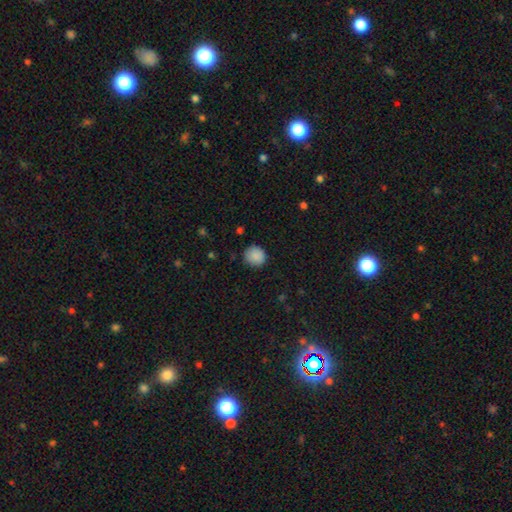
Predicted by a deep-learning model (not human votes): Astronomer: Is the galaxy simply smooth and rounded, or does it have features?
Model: smooth — 88%.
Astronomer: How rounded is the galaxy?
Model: round — 91%.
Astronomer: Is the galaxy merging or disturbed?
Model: none — 87%.